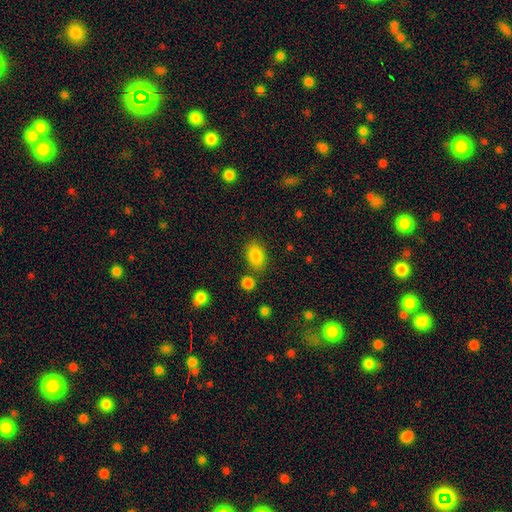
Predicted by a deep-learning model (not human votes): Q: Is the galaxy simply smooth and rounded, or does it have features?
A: smooth — 86%.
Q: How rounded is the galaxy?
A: in between — 83%.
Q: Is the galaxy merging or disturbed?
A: none — 78%.